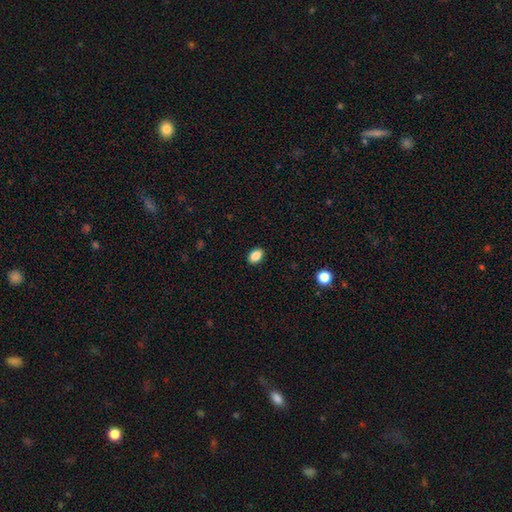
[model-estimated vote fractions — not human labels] Smooth or featured? smooth (88%)
How rounded? in between (83%)
Merging? none (90%)